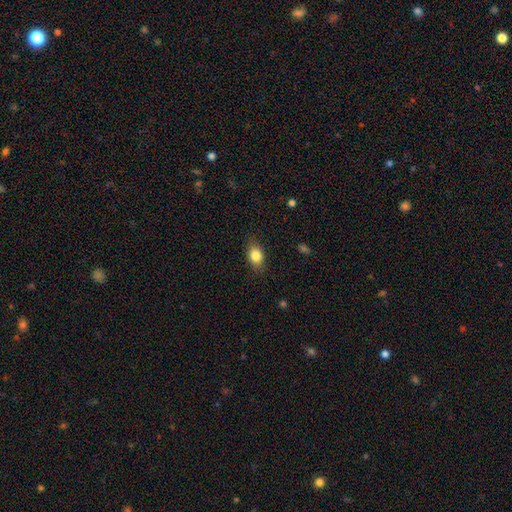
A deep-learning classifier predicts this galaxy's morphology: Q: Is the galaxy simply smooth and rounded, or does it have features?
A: smooth — 84%.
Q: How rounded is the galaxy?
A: in between — 77%.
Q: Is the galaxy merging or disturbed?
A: none — 81%.